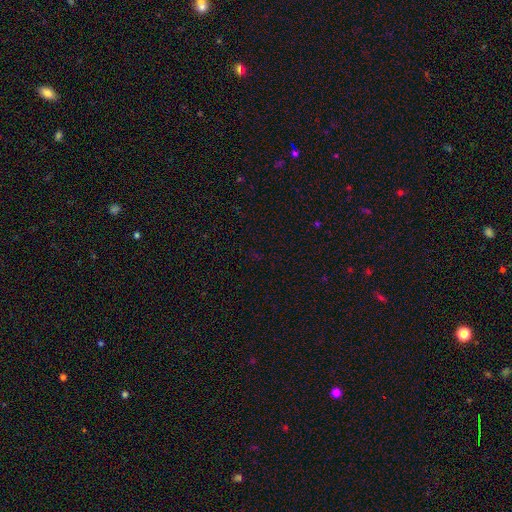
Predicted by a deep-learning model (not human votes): Smooth or featured?
  - star or artifact: 71% *
  - smooth: 22%
  - featured or disk: 7%